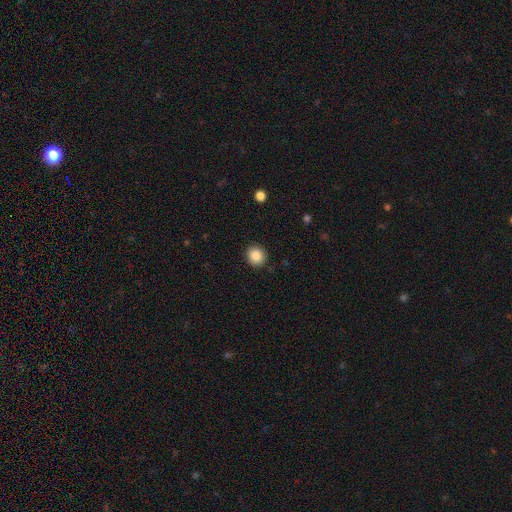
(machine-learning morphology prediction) The model was most divided on "how rounded": round: 85%, in between: 14%, cigar-shaped: 1%. More confident: merging — none (90%); smooth or featured — smooth (87%).